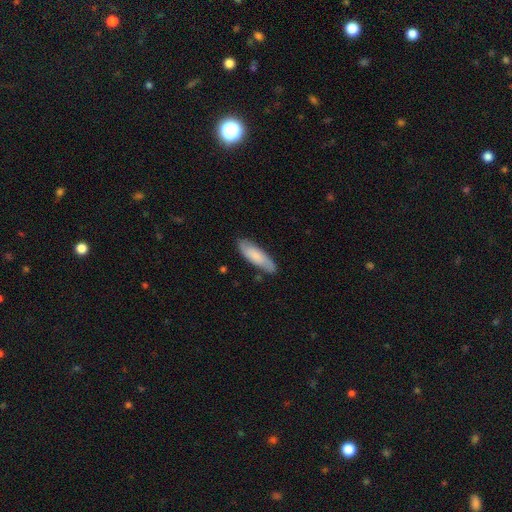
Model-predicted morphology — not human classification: A smooth galaxy with no disk features (69%) that is cigar-shaped (52%).

Vote fractions:
- Smooth or featured? smooth: 69% / featured or disk: 26% / star or artifact: 6%
- How rounded? cigar-shaped: 52% / in between: 46% / round: 2%
- Merging? none: 79% / minor disturbance: 16% / major disturbance: 3% / merger: 2%